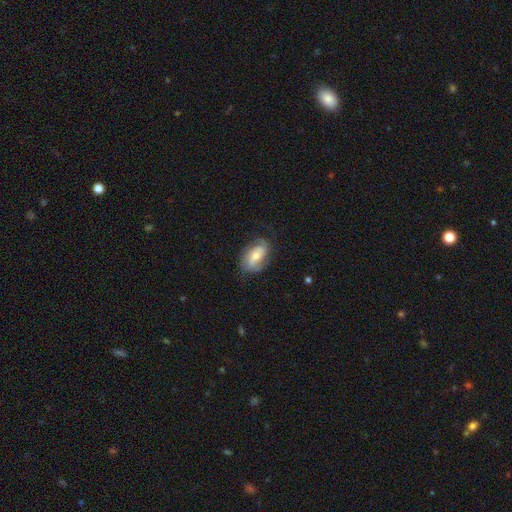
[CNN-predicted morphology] This is likely a featured or disk galaxy (63%). It is clearly not viewed edge-on (94%). Bar: possibly no (48%). Spiral arm pattern: clearly yes (87%). Spiral arm count: likely 2 (60%). Spiral winding: marginally medium (40%). Central bulge: possibly moderate (55%). Merging: likely none (66%).